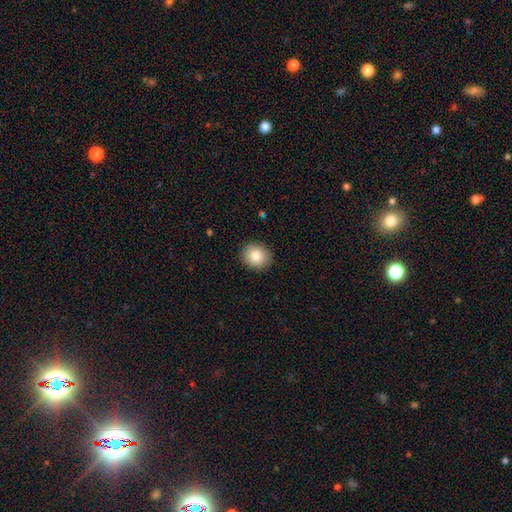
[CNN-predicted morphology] Q: Smooth or featured?
A: smooth (81%); runner-up: featured or disk (10%)
Q: How rounded?
A: round (80%); runner-up: in between (19%)
Q: Merging?
A: none (91%); runner-up: minor disturbance (7%)